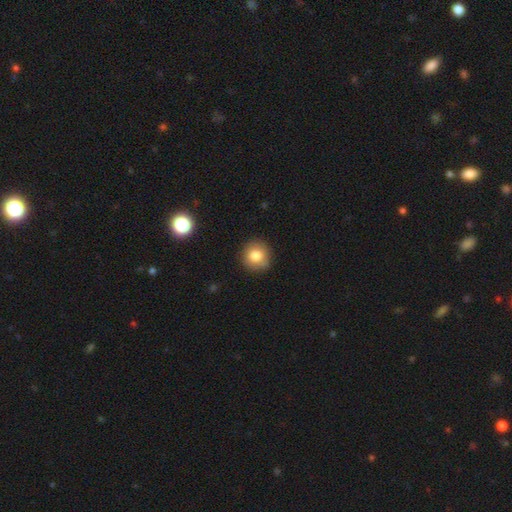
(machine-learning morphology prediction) Smooth or featured? smooth (80%)
How rounded? round (90%)
Merging? none (86%)